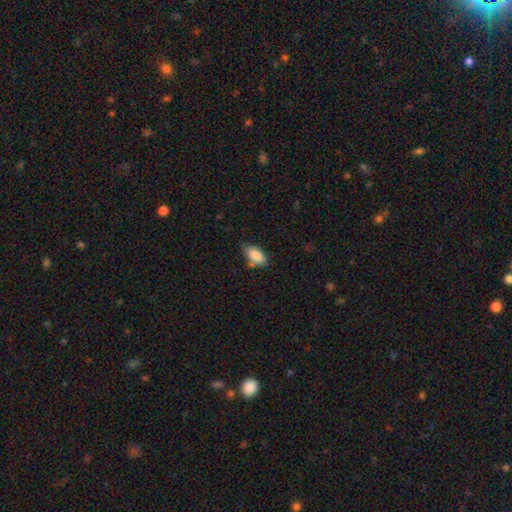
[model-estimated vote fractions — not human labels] Smooth or featured: smooth — 87% (star or artifact — 7%)
How rounded: in between — 92% (cigar-shaped — 5%)
Merging: none — 64% (minor disturbance — 25%)